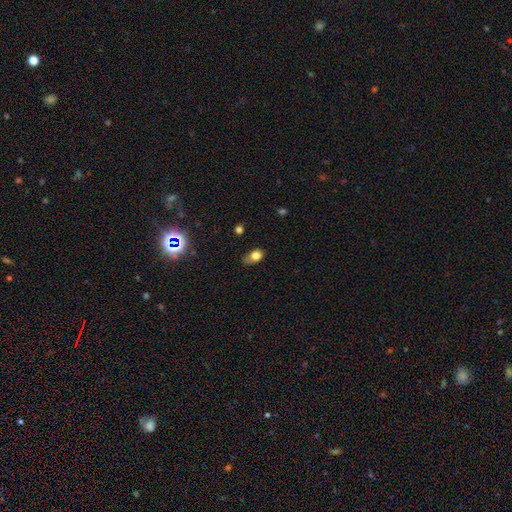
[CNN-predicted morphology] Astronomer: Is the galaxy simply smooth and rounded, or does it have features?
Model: smooth — 76%.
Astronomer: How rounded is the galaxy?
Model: in between — 75%.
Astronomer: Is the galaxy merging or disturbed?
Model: none — 44% (runner-up: minor disturbance, 38%).